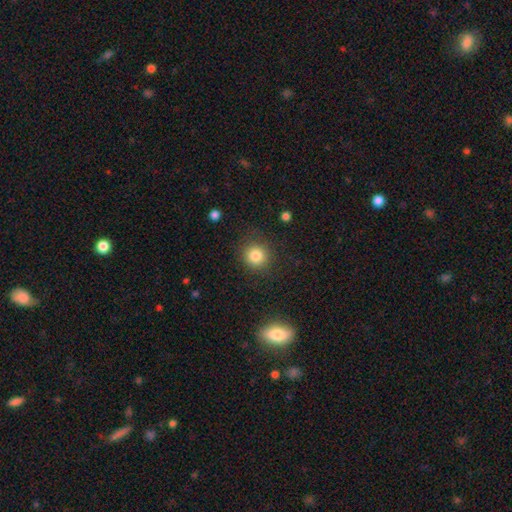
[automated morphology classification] Smooth or featured? Predicted: smooth (p=0.83). How rounded? Predicted: round (p=0.90). Merging? Predicted: none (p=0.87).